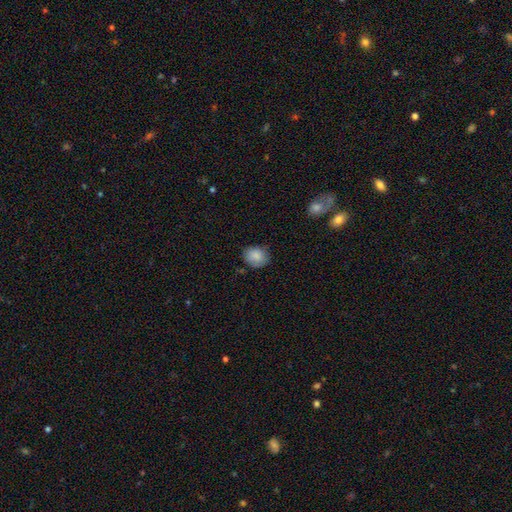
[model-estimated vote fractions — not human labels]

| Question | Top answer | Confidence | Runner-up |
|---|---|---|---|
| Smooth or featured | smooth | 83% | featured or disk (9%) |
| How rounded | round | 61% | in between (38%) |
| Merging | none | 73% | minor disturbance (21%) |